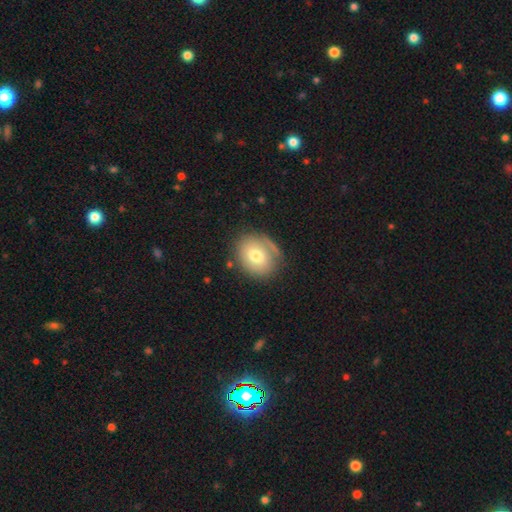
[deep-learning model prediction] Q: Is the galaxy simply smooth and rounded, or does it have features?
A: smooth — 69%.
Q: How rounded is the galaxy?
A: round — 61%.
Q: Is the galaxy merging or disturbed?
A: none — 72%.